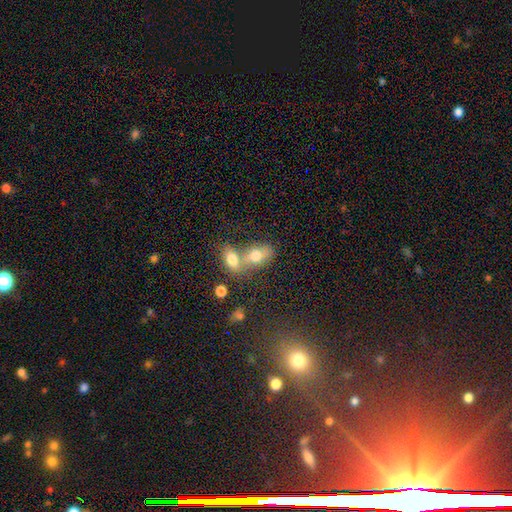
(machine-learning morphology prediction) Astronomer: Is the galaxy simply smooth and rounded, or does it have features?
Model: smooth — 72%.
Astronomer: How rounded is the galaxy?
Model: in between — 82%.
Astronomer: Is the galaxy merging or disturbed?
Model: merger — 63%.